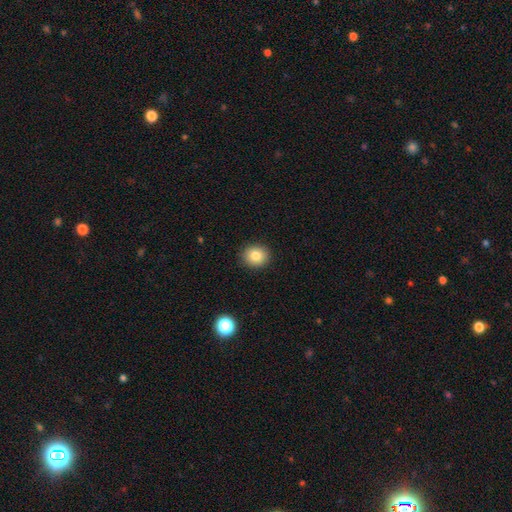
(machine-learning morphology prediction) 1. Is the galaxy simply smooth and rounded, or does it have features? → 82% smooth, 10% star or artifact, 7% featured or disk.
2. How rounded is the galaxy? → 79% round, 20% in between, 1% cigar-shaped.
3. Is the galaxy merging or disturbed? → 91% none, 7% minor disturbance, 2% major disturbance, 1% merger.